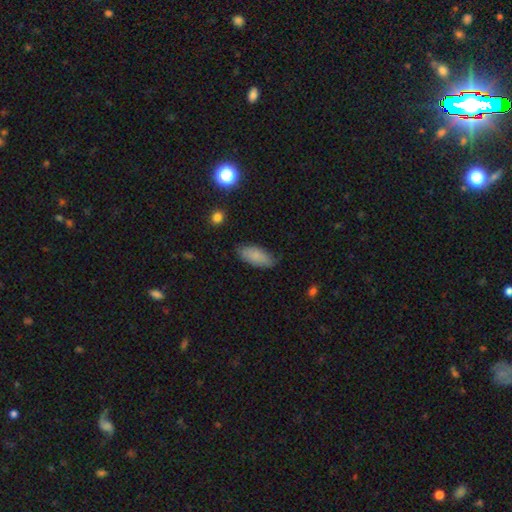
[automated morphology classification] Q: Smooth or featured?
A: smooth (82%); runner-up: featured or disk (10%)
Q: How rounded?
A: in between (86%); runner-up: cigar-shaped (12%)
Q: Merging?
A: none (78%); runner-up: minor disturbance (18%)